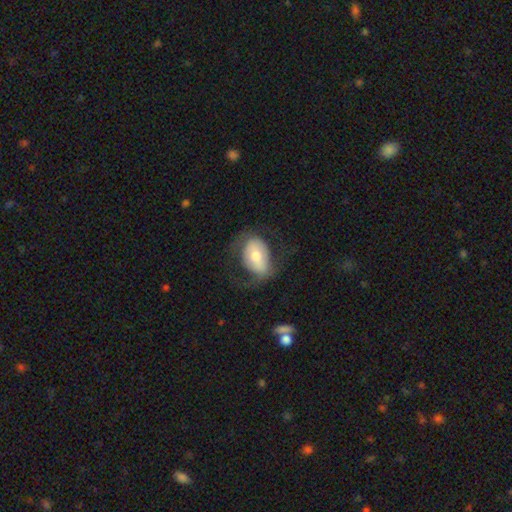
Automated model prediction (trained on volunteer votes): Morphology: type=smooth (49%); merging=none (51%).